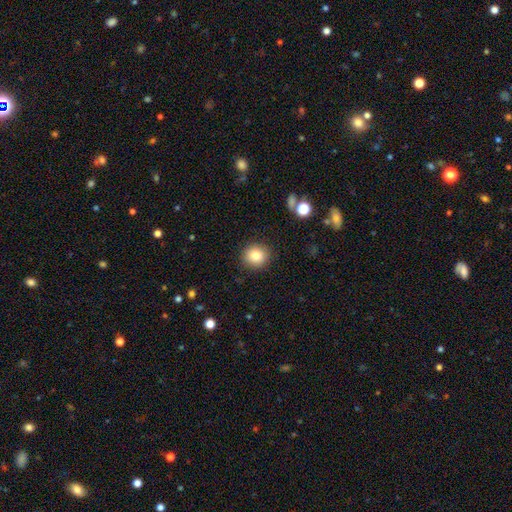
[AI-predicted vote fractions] Smooth or featured?
  - smooth: 83% *
  - star or artifact: 10%
  - featured or disk: 7%
How rounded?
  - round: 86% *
  - in between: 14%
  - cigar-shaped: 1%
Merging?
  - none: 89% *
  - minor disturbance: 7%
  - major disturbance: 2%
  - merger: 1%